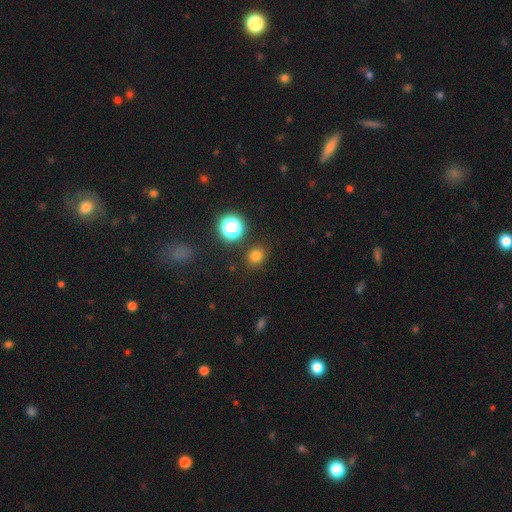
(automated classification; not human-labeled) Smooth or featured: smooth — 76% (star or artifact — 19%)
How rounded: round — 75% (in between — 24%)
Merging: none — 87% (minor disturbance — 8%)